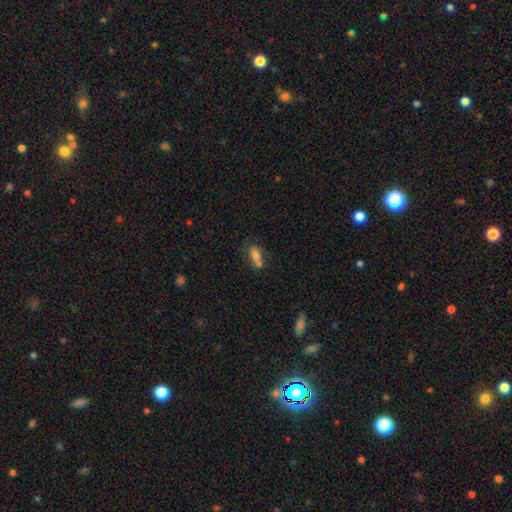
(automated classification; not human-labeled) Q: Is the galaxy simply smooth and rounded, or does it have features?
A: smooth — 69%.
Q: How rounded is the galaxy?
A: in between — 77%.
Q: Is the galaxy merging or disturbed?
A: none — 37%.